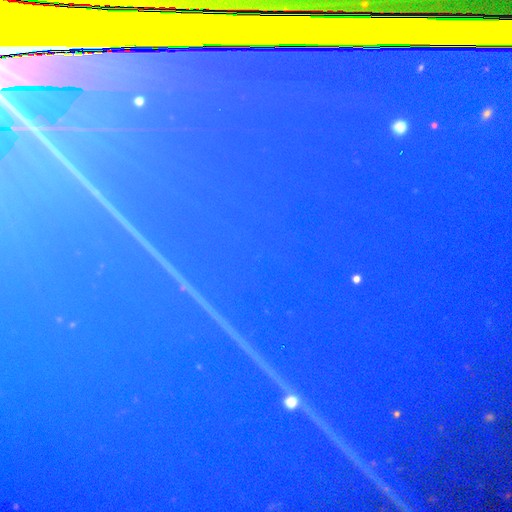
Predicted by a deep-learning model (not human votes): A star or artifact, not a galaxy (84%).

Vote fractions:
- Smooth or featured? star or artifact: 84% / featured or disk: 9% / smooth: 8%